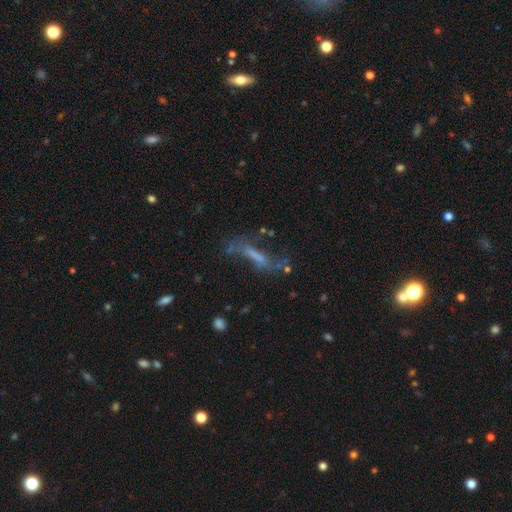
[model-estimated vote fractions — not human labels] Smooth or featured? Predicted: featured or disk (p=0.44). Merging? Predicted: none (p=0.46).